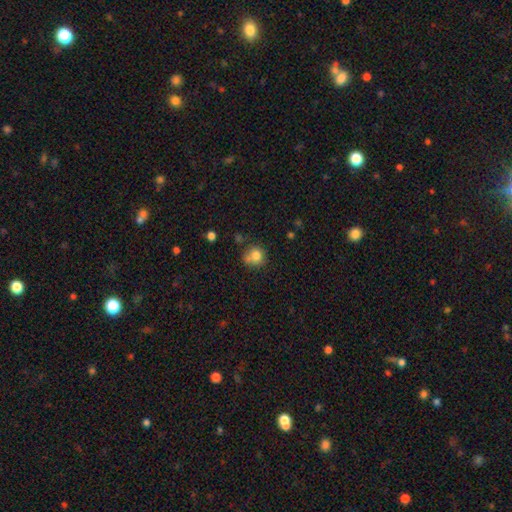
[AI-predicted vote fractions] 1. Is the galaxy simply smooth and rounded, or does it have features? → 79% smooth, 11% star or artifact, 10% featured or disk.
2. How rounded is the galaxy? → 81% round, 18% in between, 1% cigar-shaped.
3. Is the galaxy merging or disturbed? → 56% none, 21% minor disturbance, 16% merger, 7% major disturbance.